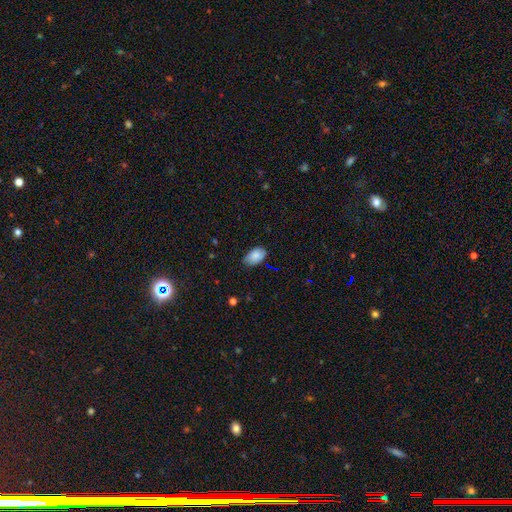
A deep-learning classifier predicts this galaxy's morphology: type=smooth (83%); roundness=in between (91%); merging=none (71%).